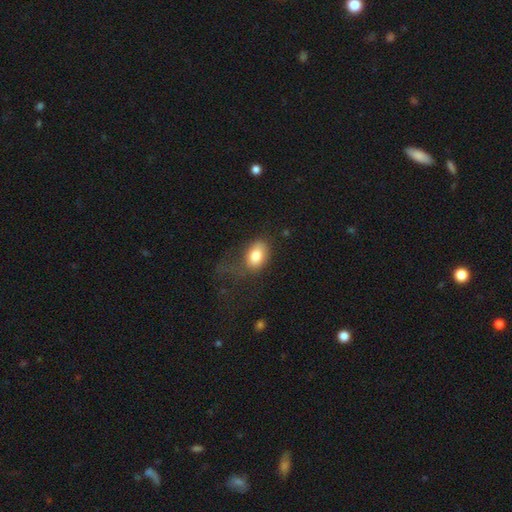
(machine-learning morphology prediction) smooth_or_featured: smooth (p=0.81) [alt: featured or disk p=0.11]
how_rounded: in between (p=0.80) [alt: round p=0.19]
merging: none (p=0.44) [alt: major disturbance p=0.28]